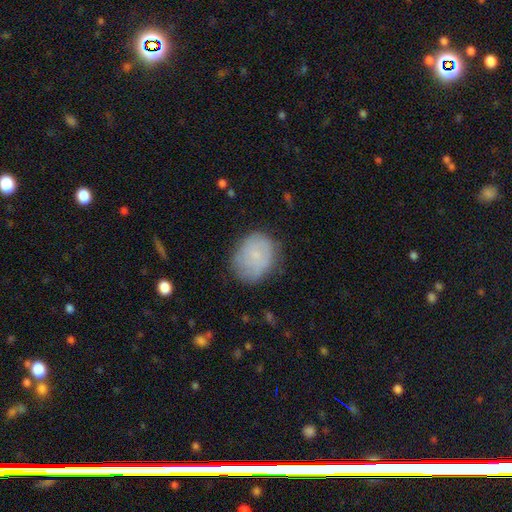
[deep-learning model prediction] smooth_or_featured: smooth (p=0.65) [alt: featured or disk p=0.27]
how_rounded: round (p=0.57) [alt: in between p=0.42]
merging: none (p=0.66) [alt: minor disturbance p=0.24]